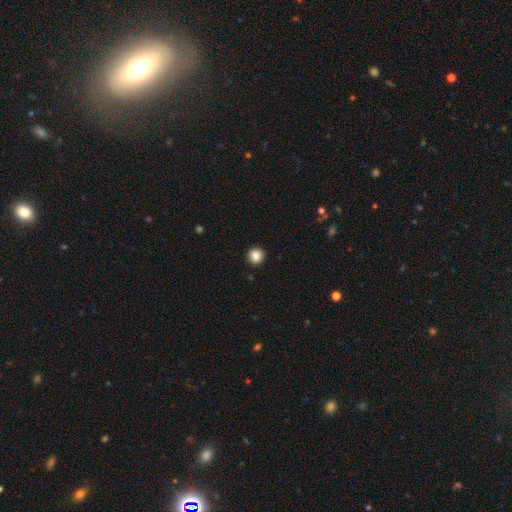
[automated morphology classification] The model was most divided on "smooth or featured": smooth: 86%, star or artifact: 10%, featured or disk: 4%. More confident: how rounded — round (93%); merging — none (92%).